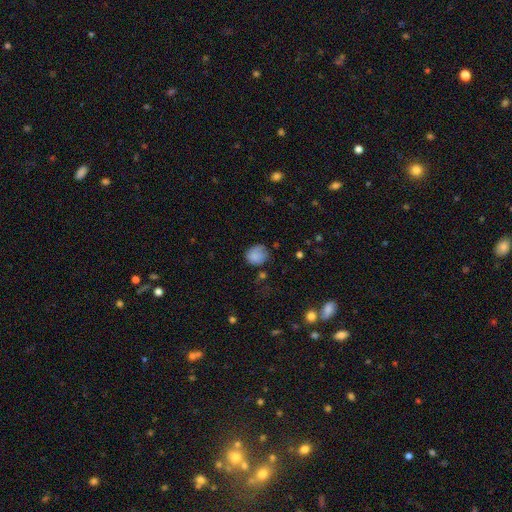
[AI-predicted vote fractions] Q: Smooth or featured?
A: smooth (83%); runner-up: star or artifact (9%)
Q: How rounded?
A: round (75%); runner-up: in between (24%)
Q: Merging?
A: none (59%); runner-up: minor disturbance (30%)